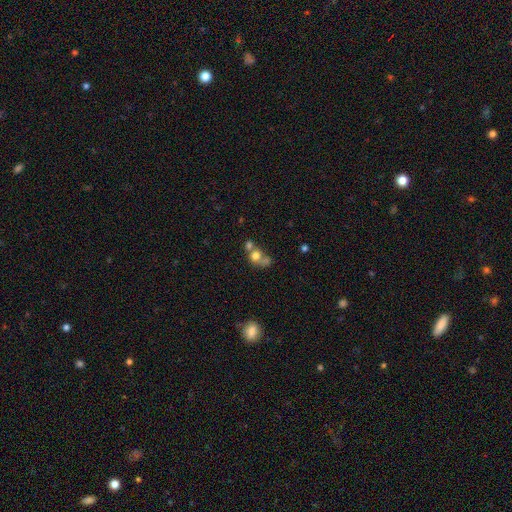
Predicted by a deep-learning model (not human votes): This is likely a smooth galaxy (69%). How rounded: likely round (69%). Merging: possibly merger (56%).